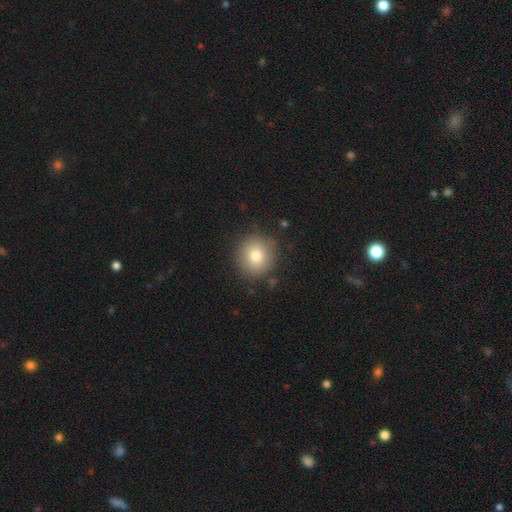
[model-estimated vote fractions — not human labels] The model was most divided on "smooth or featured": smooth: 78%, featured or disk: 11%, star or artifact: 11%. More confident: how rounded — round (93%); merging — none (88%).